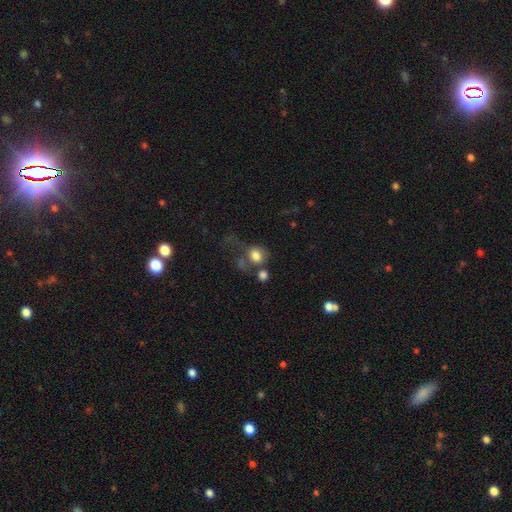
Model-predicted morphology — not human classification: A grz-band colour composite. It shows a smooth galaxy with no disk features (76%) that is round (61%). Merging: none (31%).